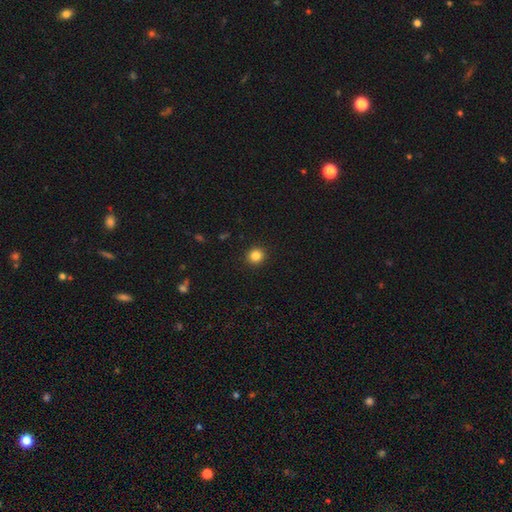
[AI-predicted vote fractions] Overall: smooth (85%). How rounded: round (90%). Merging: none (92%).